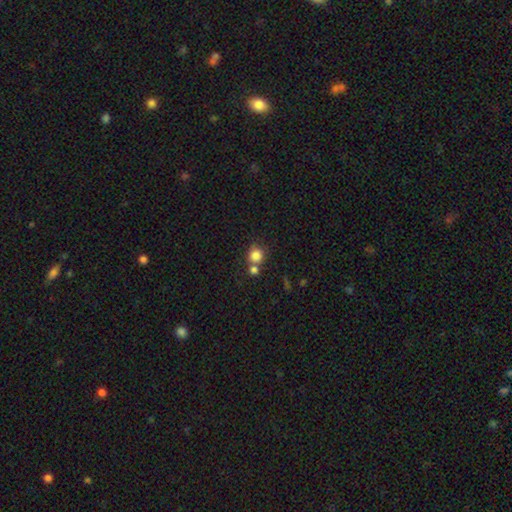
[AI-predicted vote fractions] Morphology: type=smooth (82%); roundness=round (86%); merging=none (54%).